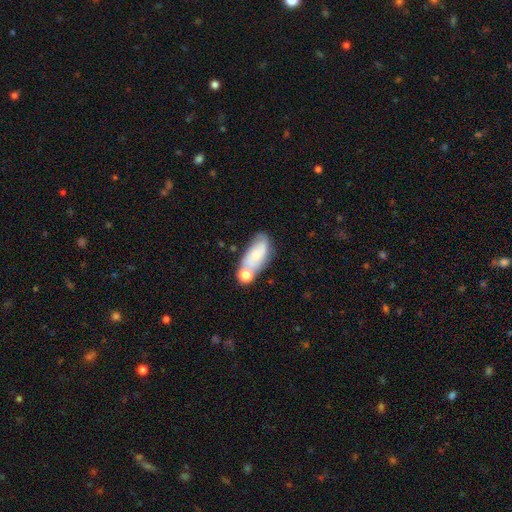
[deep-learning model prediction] Q: Smooth or featured?
A: smooth (64%); runner-up: featured or disk (27%)
Q: How rounded?
A: in between (84%); runner-up: cigar-shaped (11%)
Q: Merging?
A: none (43%); runner-up: merger (28%)